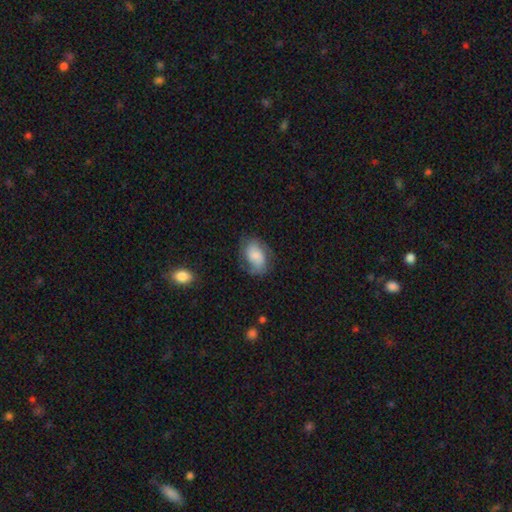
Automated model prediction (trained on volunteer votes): Smooth or featured? Predicted: smooth (p=0.54). How rounded? Predicted: in between (p=0.82). Merging? Predicted: none (p=0.64).